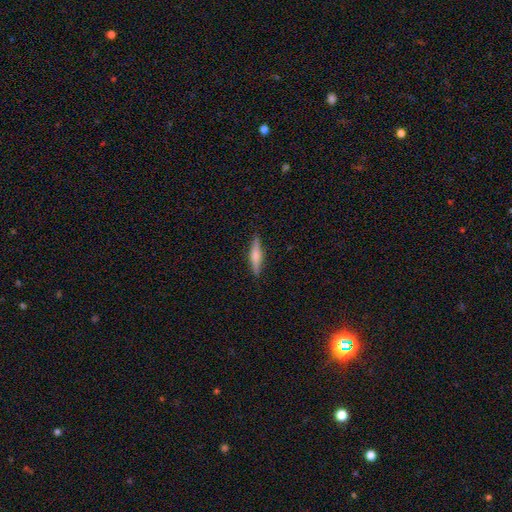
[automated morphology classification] type=smooth (49%); merging=none (89%).